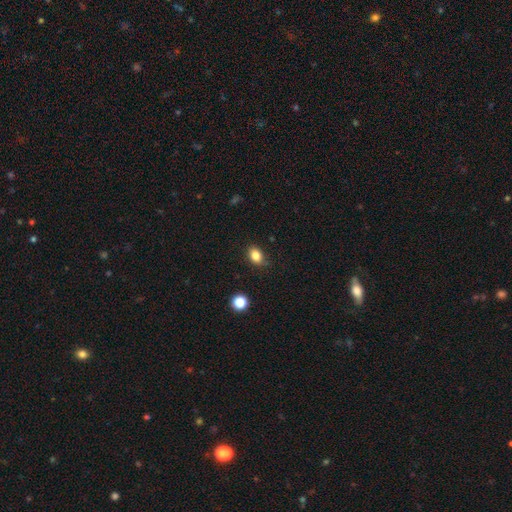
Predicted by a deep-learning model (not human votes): A smooth galaxy with no disk features (83%) that is in between round and cigar-shaped (70%).

Vote fractions:
- Smooth or featured? smooth: 83% / star or artifact: 11% / featured or disk: 6%
- How rounded? in between: 70% / round: 28% / cigar-shaped: 1%
- Merging? none: 80% / minor disturbance: 15% / major disturbance: 3% / merger: 2%